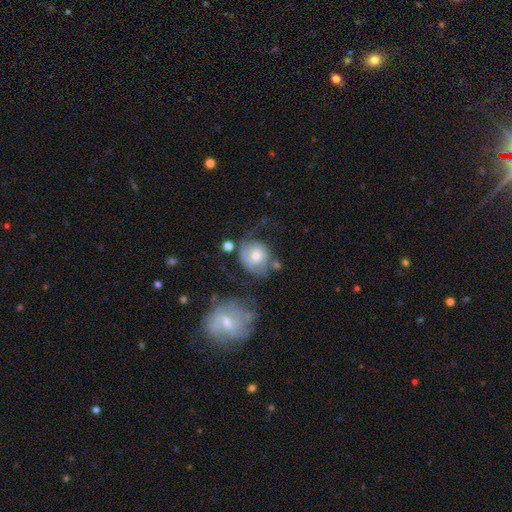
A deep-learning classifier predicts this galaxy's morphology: smooth_or_featured: featured or disk (p=0.55) [alt: smooth p=0.38]
disk_edge_on: no (p=0.97) [alt: yes p=0.03]
bar: no (p=0.74) [alt: weak p=0.22]
has_spiral_arms: yes (p=0.77) [alt: no p=0.23]
bulge_size: moderate (p=0.64) [alt: small p=0.20]
merging: none (p=0.41) [alt: major disturbance p=0.24]